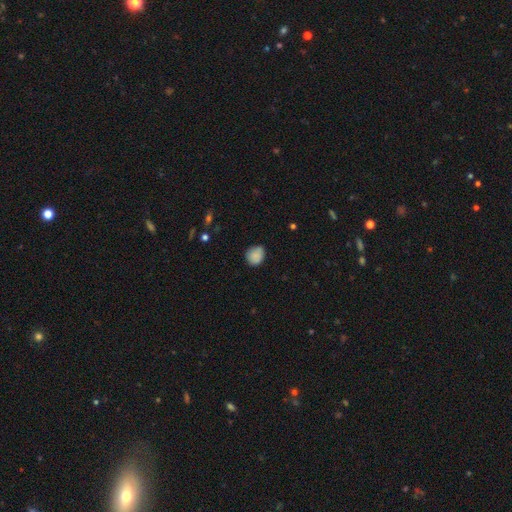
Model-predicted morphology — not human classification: smooth 85%, star or artifact 8%, featured or disk 7%. Down the decision tree: how rounded — round (67%); merging — none (75%).